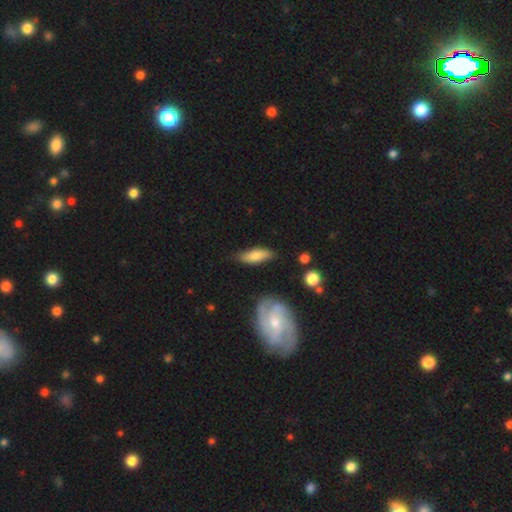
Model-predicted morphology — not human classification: smooth 66%, featured or disk 28%, star or artifact 6%. Down the decision tree: how rounded — in between (57%); merging — none (73%).